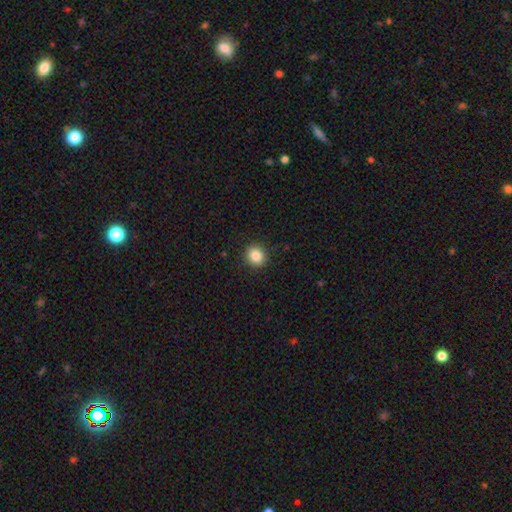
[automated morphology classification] Smooth or featured: smooth — 85% (star or artifact — 10%)
How rounded: round — 83% (in between — 16%)
Merging: none — 91% (minor disturbance — 6%)